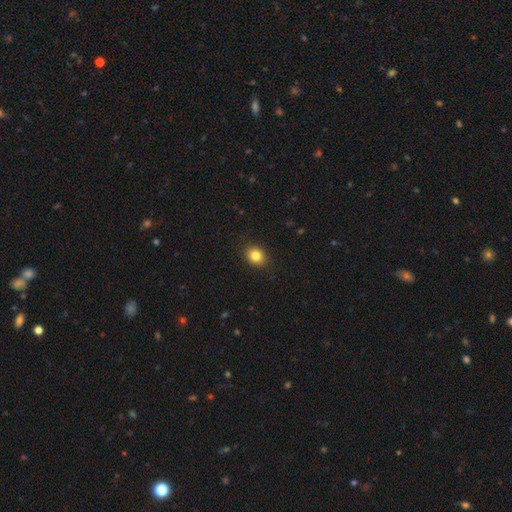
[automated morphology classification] Smooth or featured?
  - smooth: 83% *
  - star or artifact: 10%
  - featured or disk: 6%
How rounded?
  - round: 64% *
  - in between: 35%
  - cigar-shaped: 1%
Merging?
  - none: 90% *
  - minor disturbance: 7%
  - major disturbance: 2%
  - merger: 1%